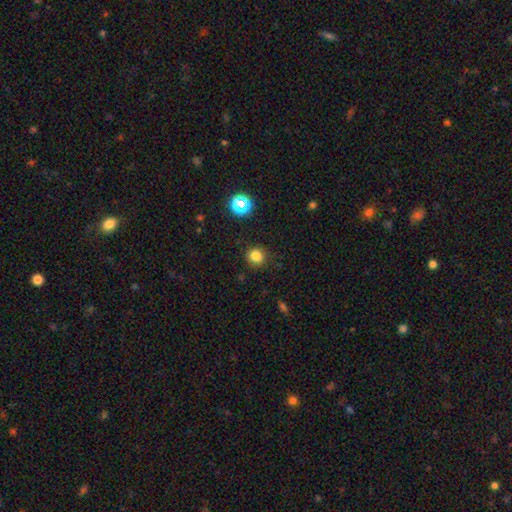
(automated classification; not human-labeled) Smooth or featured: smooth — 81% (star or artifact — 15%)
How rounded: round — 82% (in between — 17%)
Merging: none — 85% (minor disturbance — 10%)